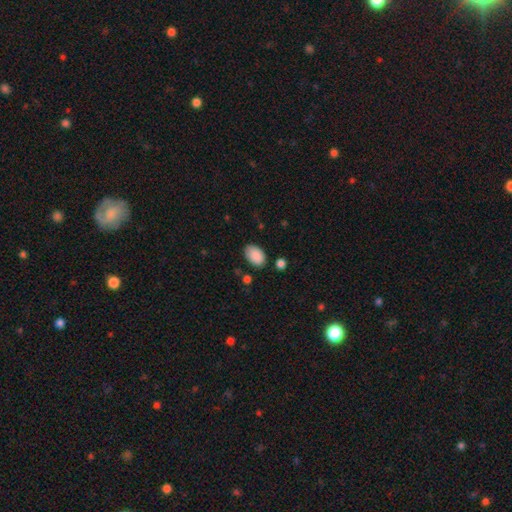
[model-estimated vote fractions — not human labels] Morphology: type=smooth (90%); roundness=in between (90%); merging=none (80%).